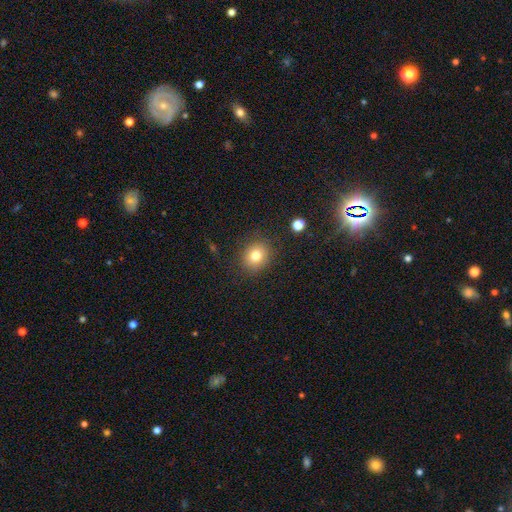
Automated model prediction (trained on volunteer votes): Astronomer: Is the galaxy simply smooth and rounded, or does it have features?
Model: smooth — 79%.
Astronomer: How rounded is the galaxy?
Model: round — 73%.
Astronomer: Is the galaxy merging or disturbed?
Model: none — 86%.